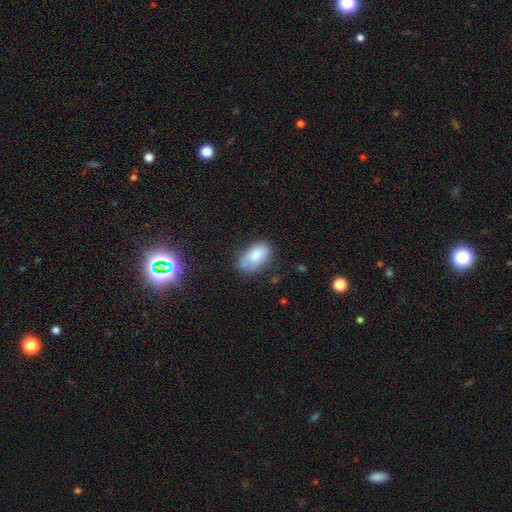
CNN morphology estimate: Smooth or featured: smooth — 82% (featured or disk — 11%)
How rounded: in between — 93% (round — 5%)
Merging: none — 65% (minor disturbance — 25%)